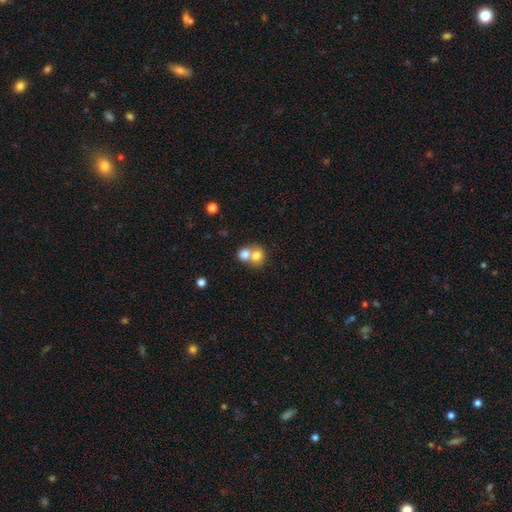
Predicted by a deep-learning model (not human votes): Morphology: type=smooth (76%); roundness=round (75%); merging=merger (63%).